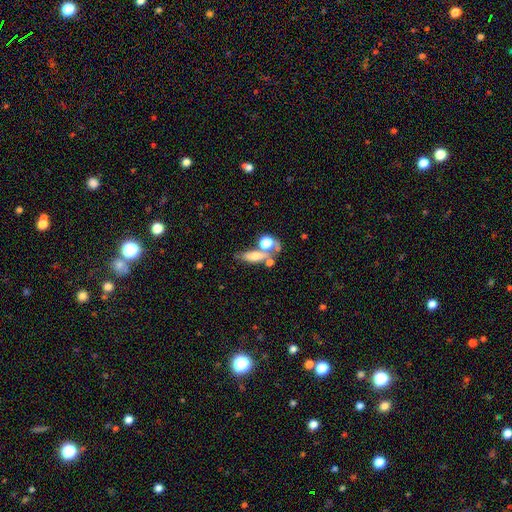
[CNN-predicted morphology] Smooth or featured? Predicted: smooth (p=0.56). How rounded? Predicted: in between (p=0.55). Merging? Predicted: none (p=0.40).